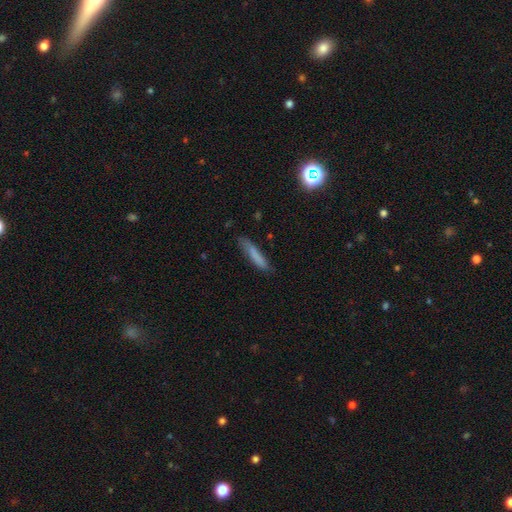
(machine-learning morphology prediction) Smooth or featured?
  - smooth: 77% *
  - featured or disk: 16%
  - star or artifact: 7%
How rounded?
  - cigar-shaped: 88% *
  - in between: 10%
  - round: 1%
Merging?
  - none: 73% *
  - minor disturbance: 21%
  - major disturbance: 5%
  - merger: 2%